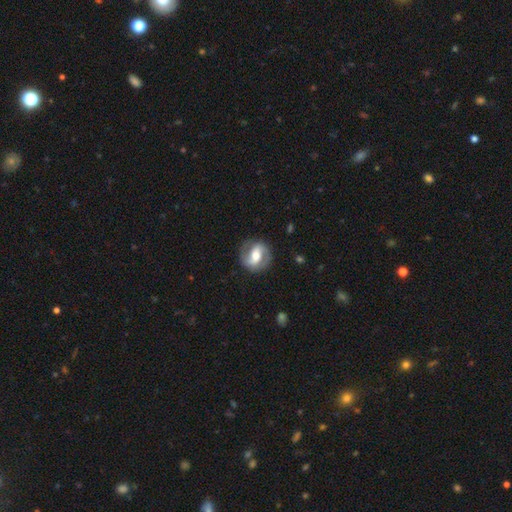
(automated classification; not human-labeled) Overall: featured or disk (72%). Edge-on disk: no (96%). Bar: strong (45%; weak 35%). Spiral arms: yes (82%). Spiral arm count: 2 (88%). Spiral winding: medium (46%; tight 32%). Bulge size: moderate (68%). Merging: none (82%).